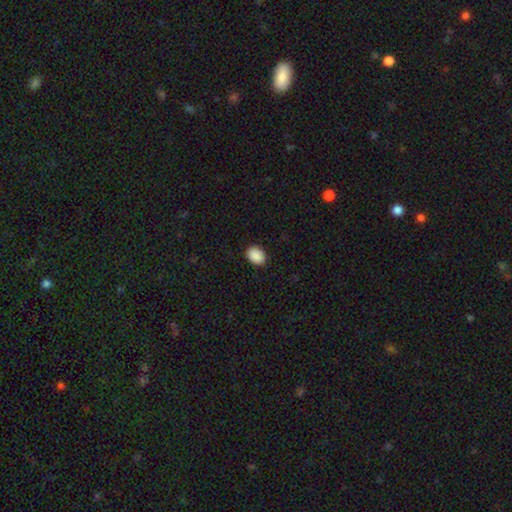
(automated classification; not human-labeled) This appears to be a smooth galaxy with no disk features (90%) that is in between round and cigar-shaped (70%). Merging: none (90%).